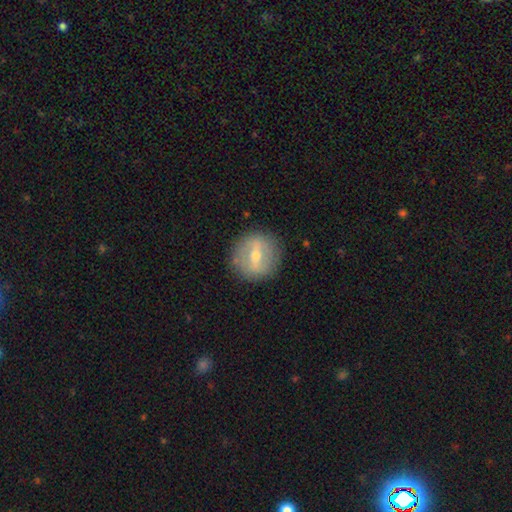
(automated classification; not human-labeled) A featured or disk galaxy (60%) with a strong bar (55%), no spiral arms (80%) and a moderate central bulge (61%).

Vote fractions:
- Smooth or featured? featured or disk: 60% / smooth: 33% / star or artifact: 8%
- Edge-on disk? no: 86% / yes: 14%
- Bar? strong: 55% / weak: 35% / no: 11%
- Spiral arms? no: 80% / yes: 20%
- Bulge size? moderate: 61% / small: 34% / large: 3% / none: 1% / dominant: 1%
- Merging? none: 87% / minor disturbance: 9% / major disturbance: 3% / merger: 1%